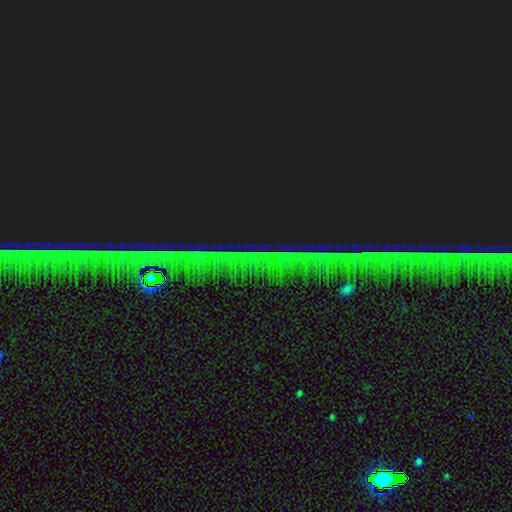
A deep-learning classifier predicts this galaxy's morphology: This appears to be a star or artifact, not a galaxy (87%).